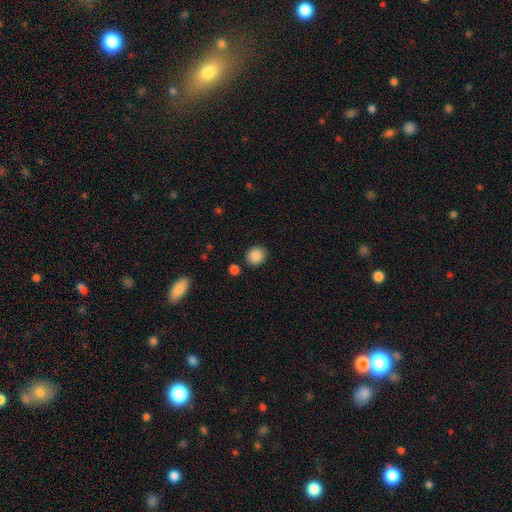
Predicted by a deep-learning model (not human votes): This is clearly a smooth galaxy (88%). How rounded: clearly round (82%). Merging: clearly none (86%).